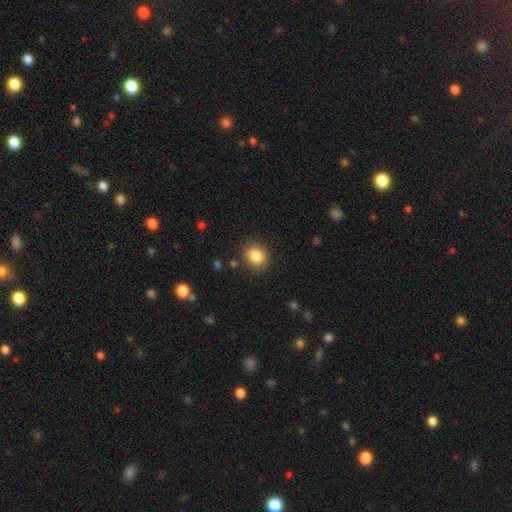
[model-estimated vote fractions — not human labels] smooth-or-featured: smooth: 84% | star or artifact: 10% | featured or disk: 6%
  how-rounded: round: 73% | in between: 26% | cigar-shaped: 1%
  merging: none: 86% | minor disturbance: 10% | major disturbance: 3% | merger: 2%